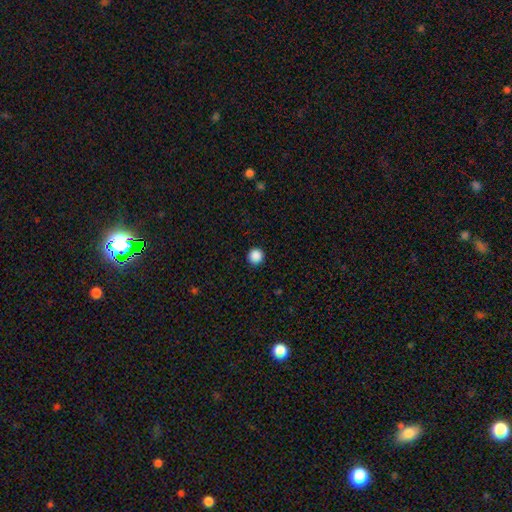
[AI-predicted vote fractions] This is clearly a smooth galaxy (88%). How rounded: clearly round (96%). Merging: clearly none (93%).